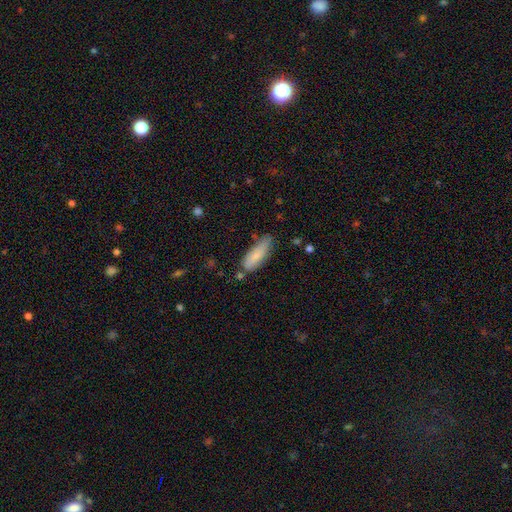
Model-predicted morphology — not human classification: smooth_or_featured: smooth (p=0.80) [alt: featured or disk p=0.13]
how_rounded: in between (p=0.55) [alt: cigar-shaped p=0.44]
merging: none (p=0.63) [alt: minor disturbance p=0.26]